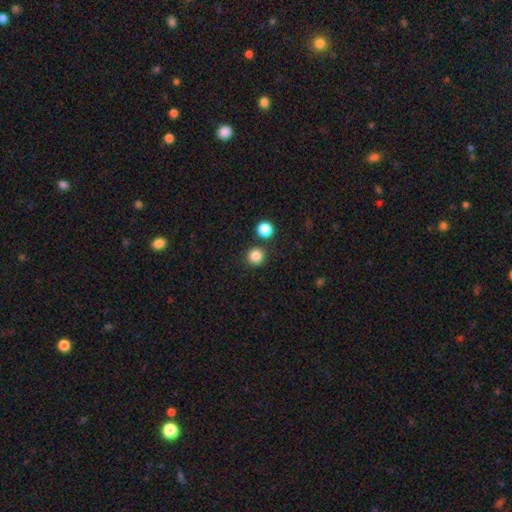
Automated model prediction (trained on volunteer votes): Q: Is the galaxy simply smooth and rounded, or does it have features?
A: smooth — 84%.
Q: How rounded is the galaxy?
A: round — 94%.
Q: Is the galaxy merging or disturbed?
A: none — 87%.